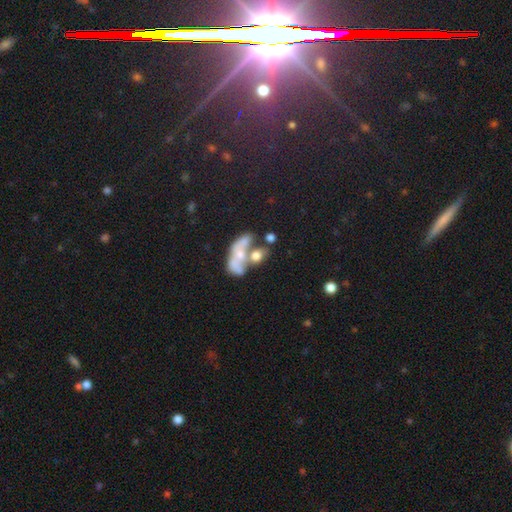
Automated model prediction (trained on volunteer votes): A smooth galaxy with no disk features (52%) that is in between round and cigar-shaped (74%). Merging: merger (62%).